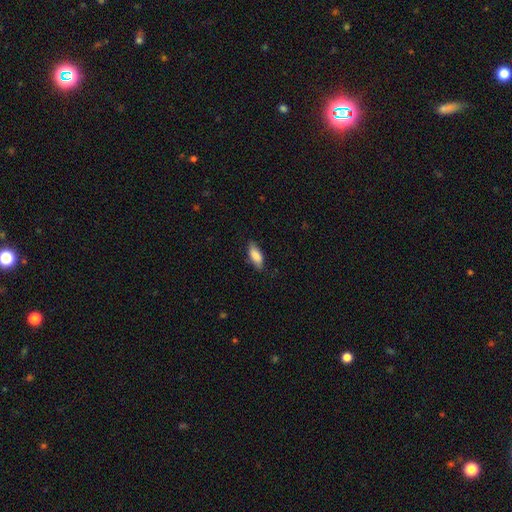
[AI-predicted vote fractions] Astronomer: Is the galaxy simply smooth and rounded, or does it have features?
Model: smooth — 86%.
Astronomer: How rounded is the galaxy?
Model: in between — 80%.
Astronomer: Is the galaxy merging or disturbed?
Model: none — 79%.